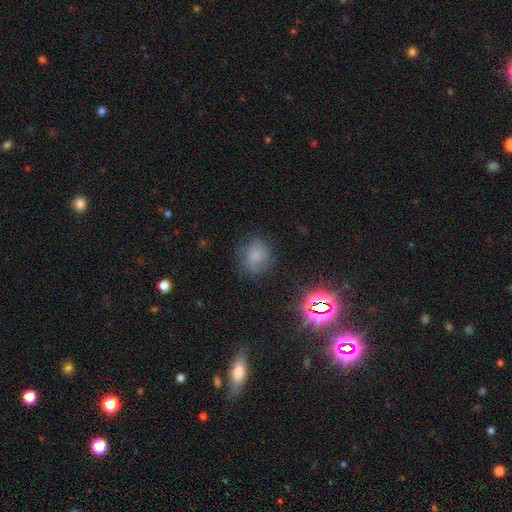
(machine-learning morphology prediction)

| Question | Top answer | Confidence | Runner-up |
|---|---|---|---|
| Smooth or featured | smooth | 63% | star or artifact (21%) |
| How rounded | round | 63% | in between (35%) |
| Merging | none | 72% | minor disturbance (20%) |